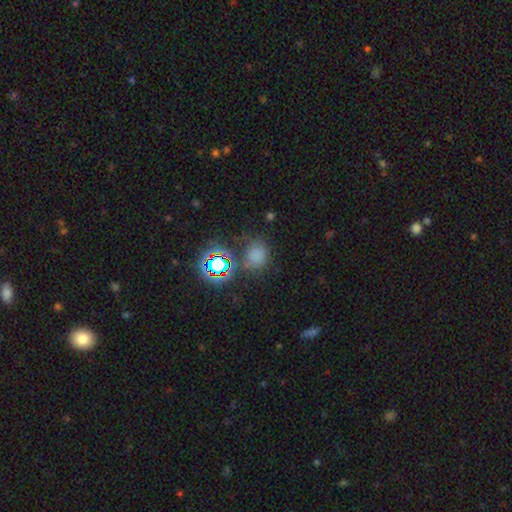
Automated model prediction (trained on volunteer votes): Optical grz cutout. It shows a smooth galaxy with no disk features (60%) that is round (76%). Merging: none (66%).